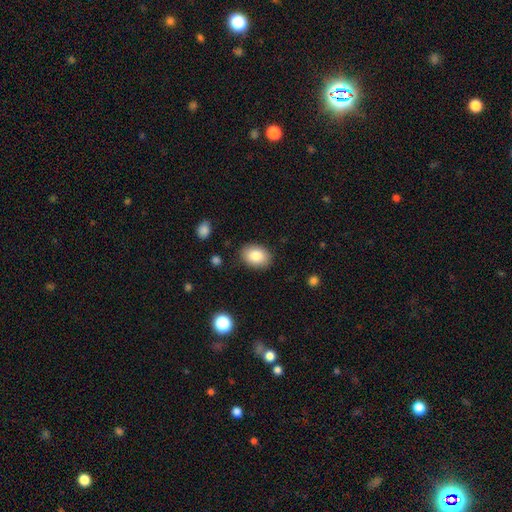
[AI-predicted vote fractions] A smooth galaxy with no disk features (84%) that is in between round and cigar-shaped (76%).

Vote fractions:
- Smooth or featured? smooth: 84% / featured or disk: 8% / star or artifact: 8%
- How rounded? in between: 76% / round: 23% / cigar-shaped: 1%
- Merging? none: 86% / minor disturbance: 10% / major disturbance: 3% / merger: 1%